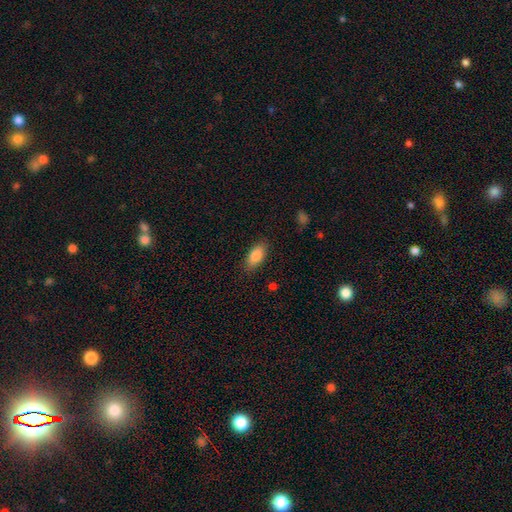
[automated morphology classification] A smooth galaxy with no disk features (85%) that is in between round and cigar-shaped (89%).

Vote fractions:
- Smooth or featured? smooth: 85% / featured or disk: 8% / star or artifact: 7%
- How rounded? in between: 89% / cigar-shaped: 9% / round: 3%
- Merging? none: 86% / minor disturbance: 10% / major disturbance: 3% / merger: 1%